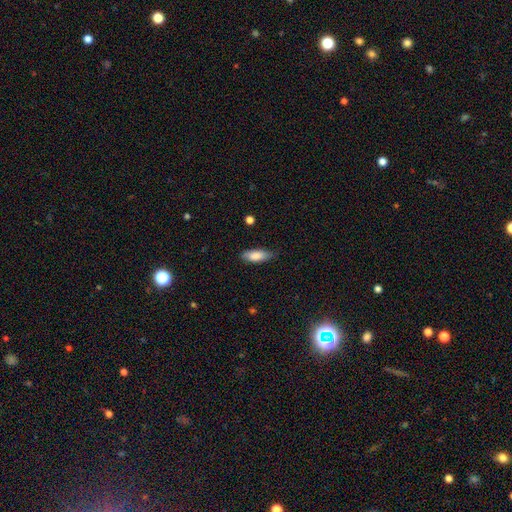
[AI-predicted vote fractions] Smooth or featured? smooth (83%)
How rounded? in between (72%)
Merging? none (78%)